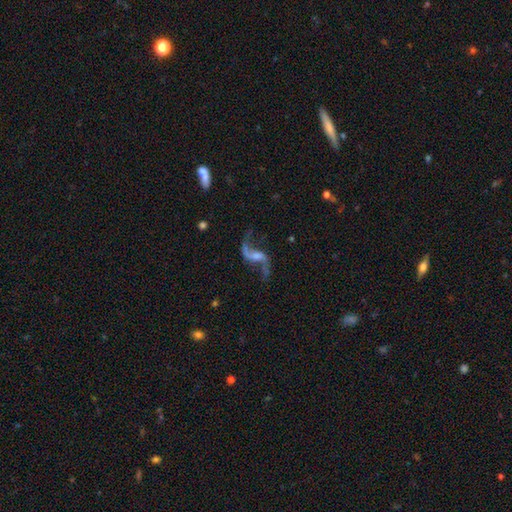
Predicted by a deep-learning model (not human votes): smooth_or_featured: featured or disk (p=0.88) [alt: star or artifact p=0.06]
disk_edge_on: no (p=0.96) [alt: yes p=0.04]
bar: weak (p=0.44) [alt: no p=0.32]
has_spiral_arms: yes (p=0.96) [alt: no p=0.04]
spiral_winding: loose (p=0.91) [alt: medium p=0.07]
spiral_arm_count: 2 (p=0.93) [alt: 1 p=0.03]
bulge_size: small (p=0.34) [alt: none p=0.28]
merging: none (p=0.71) [alt: minor disturbance p=0.13]